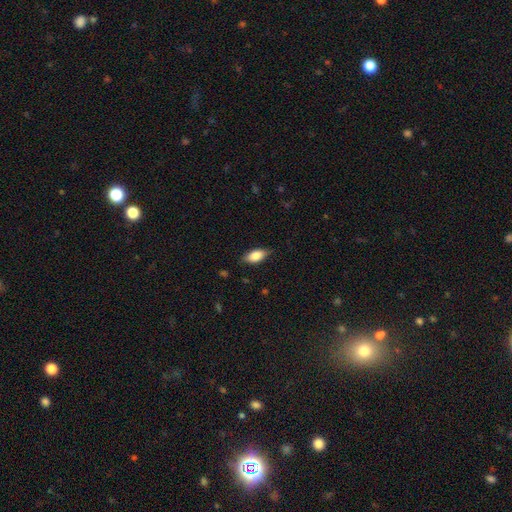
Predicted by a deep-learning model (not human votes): A smooth galaxy with no disk features (81%) that is in between round and cigar-shaped (88%).

Vote fractions:
- Smooth or featured? smooth: 81% / featured or disk: 12% / star or artifact: 7%
- How rounded? in between: 88% / cigar-shaped: 8% / round: 4%
- Merging? none: 79% / minor disturbance: 16% / major disturbance: 3% / merger: 1%